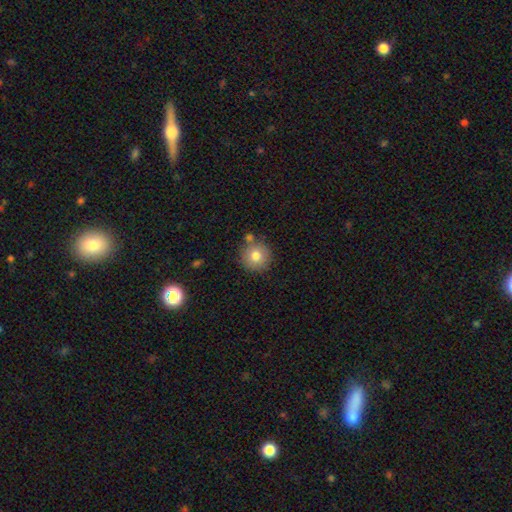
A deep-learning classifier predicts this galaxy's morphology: Smooth or featured? smooth (79%)
How rounded? round (94%)
Merging? none (78%)